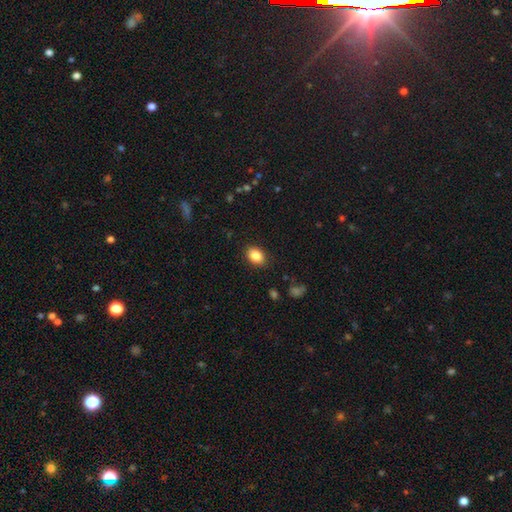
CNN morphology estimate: Smooth or featured?
  - smooth: 87% *
  - star or artifact: 8%
  - featured or disk: 5%
How rounded?
  - in between: 74% *
  - round: 25%
  - cigar-shaped: 1%
Merging?
  - none: 87% *
  - minor disturbance: 10%
  - major disturbance: 3%
  - merger: 1%